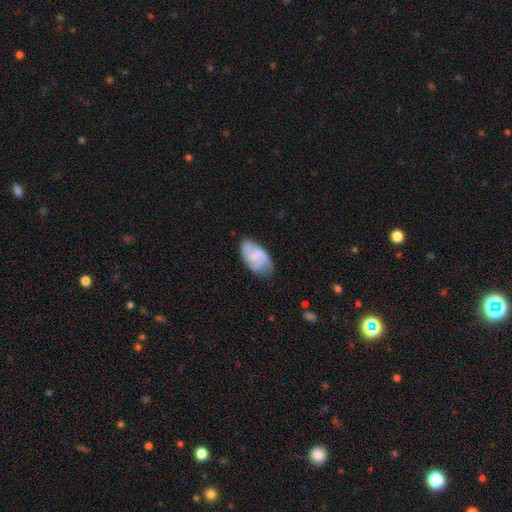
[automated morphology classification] Smooth or featured? smooth (48%)
Merging? none (63%)